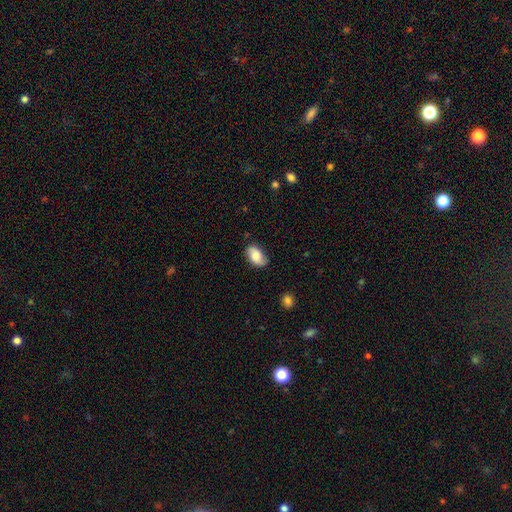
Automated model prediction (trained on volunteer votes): smooth_or_featured: smooth (p=0.72) [alt: featured or disk p=0.21]
how_rounded: in between (p=0.92) [alt: round p=0.06]
merging: none (p=0.74) [alt: minor disturbance p=0.21]